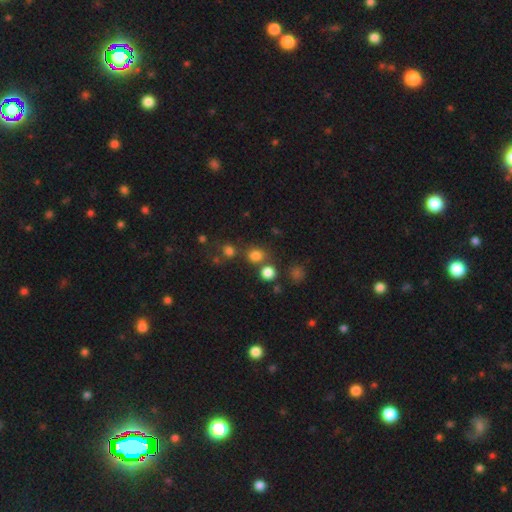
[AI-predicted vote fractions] Smooth or featured? Predicted: smooth (p=0.77). How rounded? Predicted: round (p=0.78). Merging? Predicted: none (p=0.69).